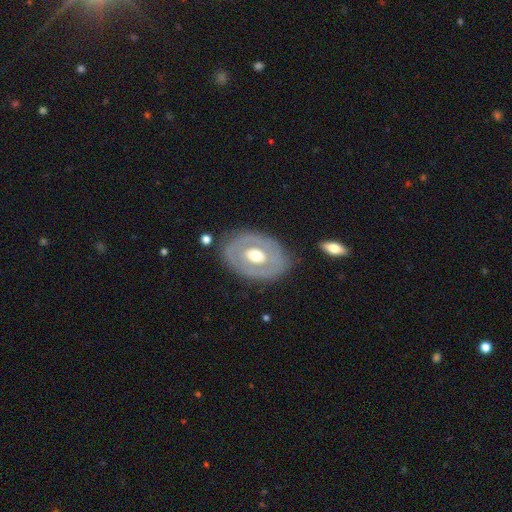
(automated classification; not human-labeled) A featured or disk galaxy (62%) with no bar (79%), no spiral arms (81%) and a moderate central bulge (61%). Merging: none (76%).